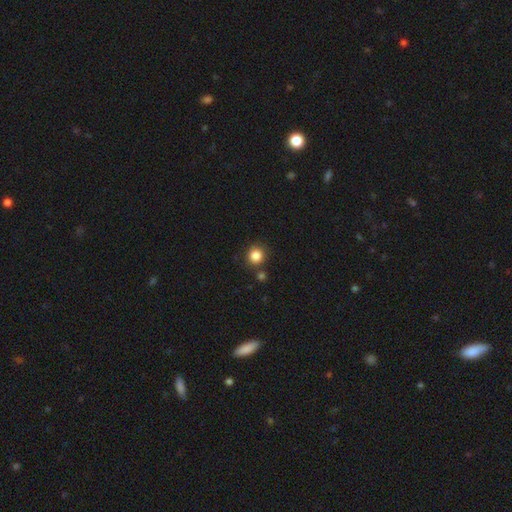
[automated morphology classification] smooth_or_featured: smooth (p=0.85) [alt: star or artifact p=0.11]
how_rounded: round (p=0.92) [alt: in between p=0.07]
merging: none (p=0.80) [alt: merger p=0.08]